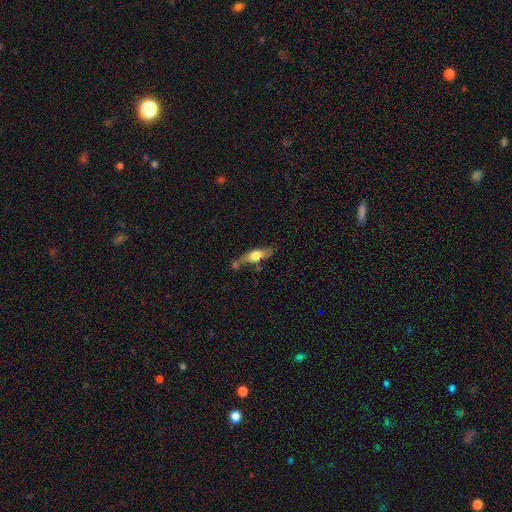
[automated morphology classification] Smooth or featured? Predicted: smooth (p=0.60). How rounded? Predicted: in between (p=0.55). Merging? Predicted: none (p=0.53).